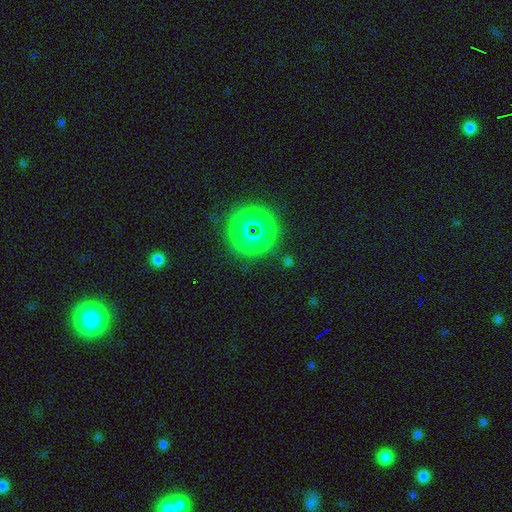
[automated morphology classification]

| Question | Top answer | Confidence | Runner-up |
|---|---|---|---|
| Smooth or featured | star or artifact | 77% | smooth (16%) |